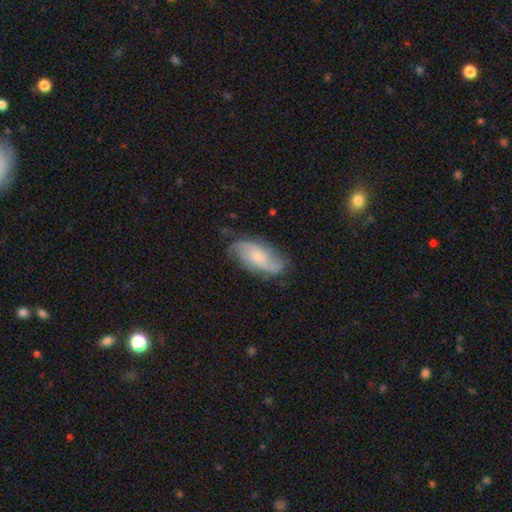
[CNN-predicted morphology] Smooth or featured? Predicted: featured or disk (p=0.71). Edge-on disk? Predicted: no (p=0.93). Bar? Predicted: no (p=0.64). Spiral arms? Predicted: yes (p=0.94). Spiral winding? Predicted: medium (p=0.44). Spiral arm count? Predicted: 2 (p=0.52). Bulge size? Predicted: small (p=0.46). Merging? Predicted: none (p=0.76).